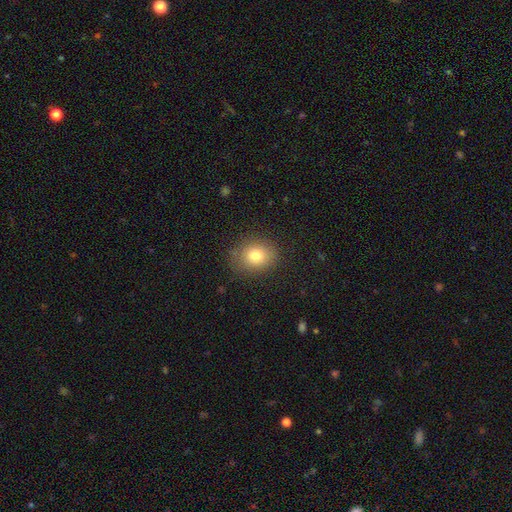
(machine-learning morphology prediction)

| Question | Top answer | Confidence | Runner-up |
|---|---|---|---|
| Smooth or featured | smooth | 80% | star or artifact (11%) |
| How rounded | round | 59% | in between (41%) |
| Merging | none | 84% | minor disturbance (11%) |